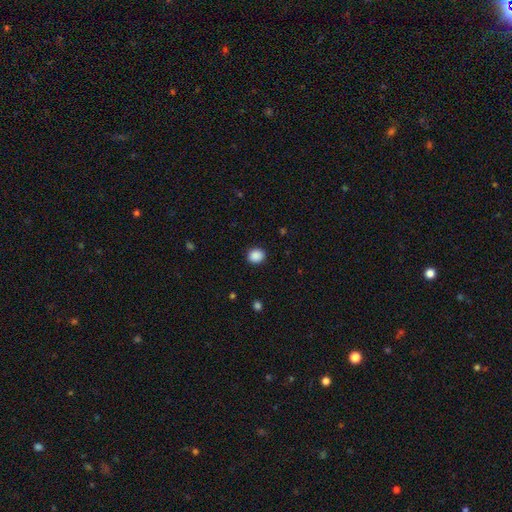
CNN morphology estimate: A smooth galaxy with no disk features (89%) that is round (73%). Merging: none (90%).